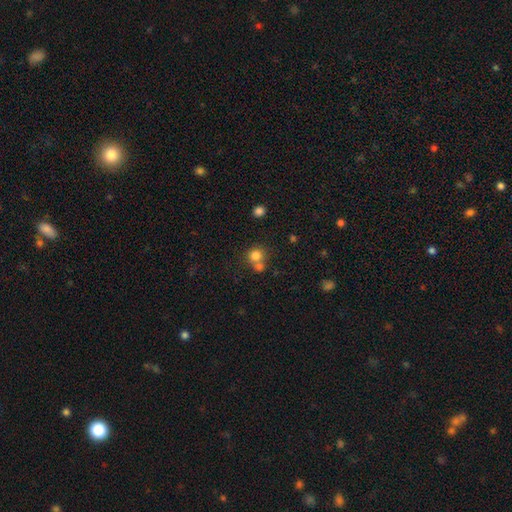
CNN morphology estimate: Overall: smooth (79%). How rounded: round (87%). Merging: none (50%; merger 39%).